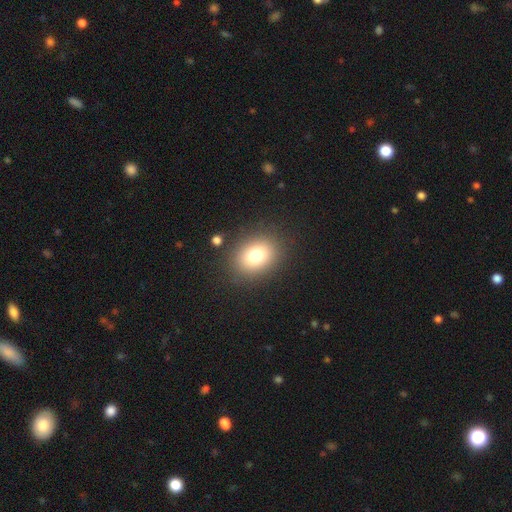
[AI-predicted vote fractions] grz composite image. It shows a smooth galaxy with no disk features (77%) that is in between round and cigar-shaped (53%). Merging: none (86%).